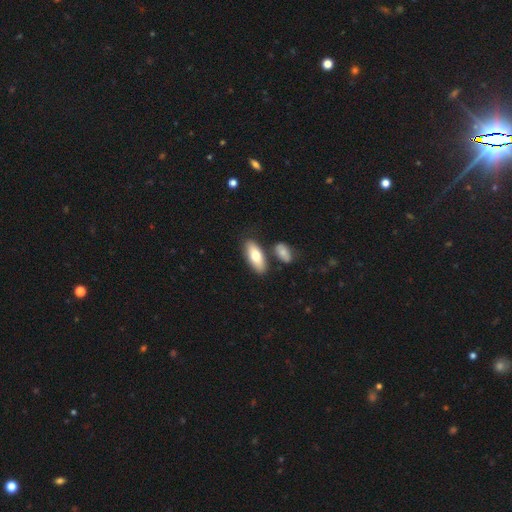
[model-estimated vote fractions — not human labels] Smooth or featured? smooth (74%)
How rounded? in between (82%)
Merging? none (75%)